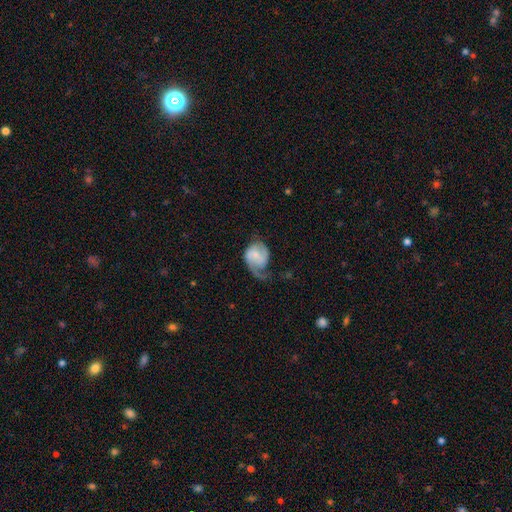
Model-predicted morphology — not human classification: A featured or disk galaxy (70%) with no bar (58%), 2 (57%) medium (42%) spiral arms (92%) and a small central bulge (43%). Merging: none (36%).